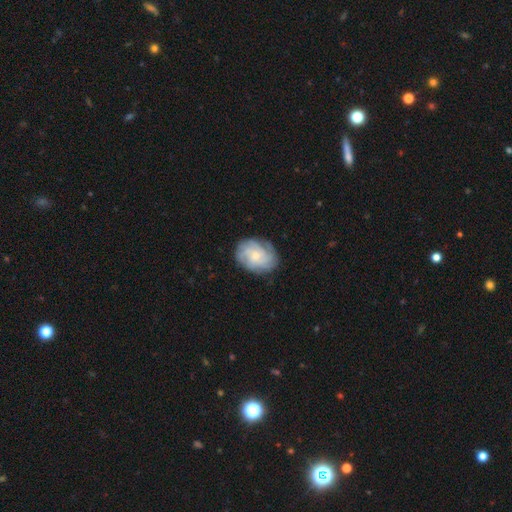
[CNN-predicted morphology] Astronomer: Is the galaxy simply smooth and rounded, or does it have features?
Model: featured or disk — 66%.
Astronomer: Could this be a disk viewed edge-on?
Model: no — 97%.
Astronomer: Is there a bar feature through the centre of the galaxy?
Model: no — 76%.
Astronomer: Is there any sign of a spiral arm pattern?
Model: yes — 92%.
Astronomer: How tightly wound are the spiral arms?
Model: tight — 59%.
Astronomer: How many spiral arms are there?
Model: can't tell — 41% (runner-up: 4, 21%).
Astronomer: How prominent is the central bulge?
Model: small — 57% (runner-up: moderate, 36%).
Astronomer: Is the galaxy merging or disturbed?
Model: none — 78%.